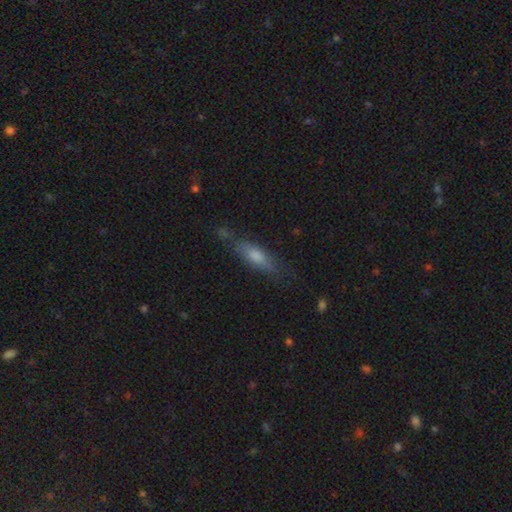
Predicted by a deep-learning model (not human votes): Smooth or featured?
  - smooth: 60% *
  - featured or disk: 32%
  - star or artifact: 9%
How rounded?
  - cigar-shaped: 59% *
  - in between: 38%
  - round: 2%
Merging?
  - none: 68% *
  - minor disturbance: 20%
  - major disturbance: 6%
  - merger: 5%